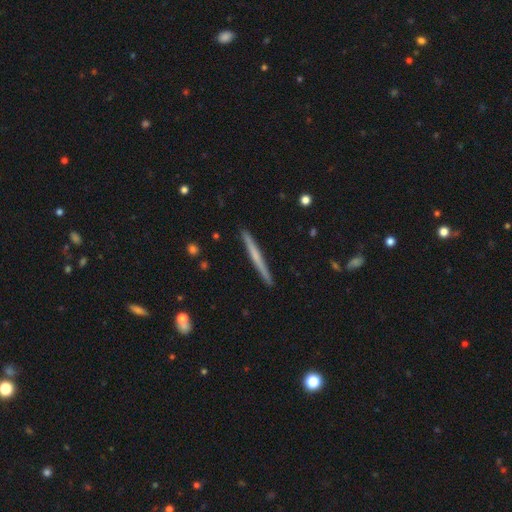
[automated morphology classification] type=smooth (47%, tied with featured or disk); merging=none (91%).